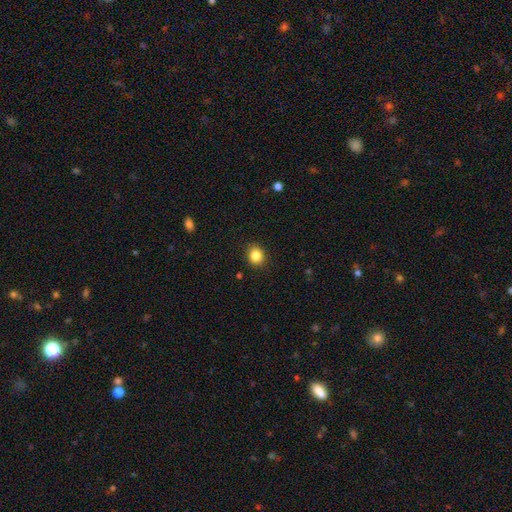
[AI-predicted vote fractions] smooth 85%, star or artifact 10%, featured or disk 5%. Down the decision tree: how rounded — round (68%); merging — none (88%).